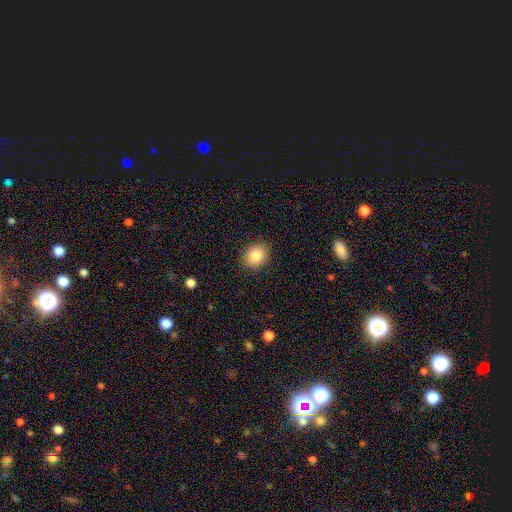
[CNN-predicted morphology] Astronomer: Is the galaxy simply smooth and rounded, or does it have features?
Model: smooth — 85%.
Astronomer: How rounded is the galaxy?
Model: round — 64%.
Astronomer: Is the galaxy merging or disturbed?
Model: none — 89%.